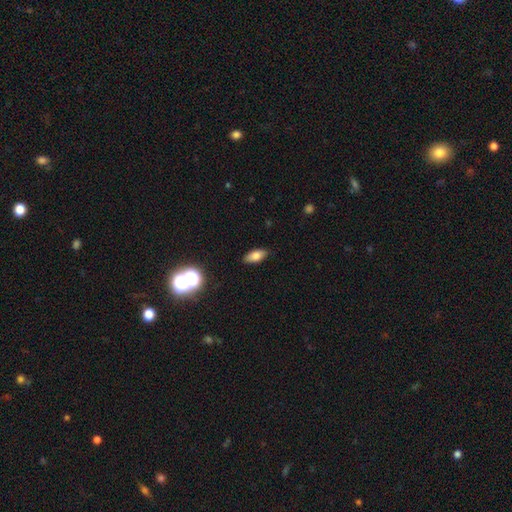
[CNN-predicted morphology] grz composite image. It shows a smooth galaxy with no disk features (75%) that is in between round and cigar-shaped (84%). Merging: none (86%).